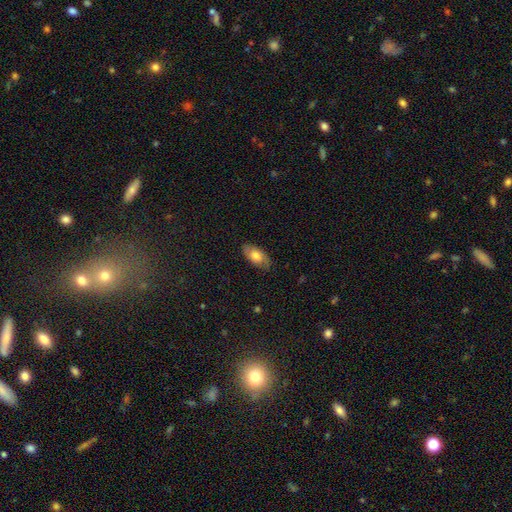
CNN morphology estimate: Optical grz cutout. It shows a smooth galaxy with no disk features (60%) that is in between round and cigar-shaped (92%). Merging: none (79%).